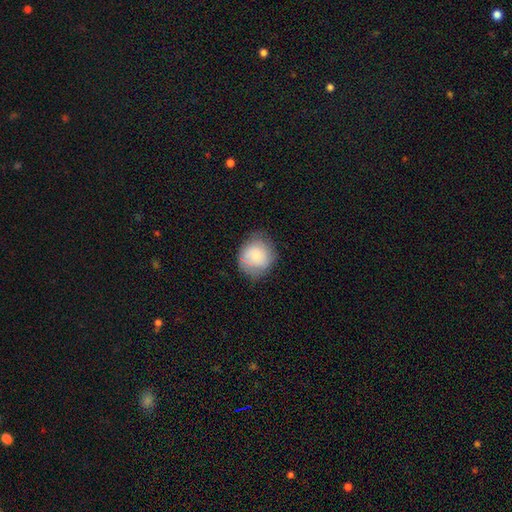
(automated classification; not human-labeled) A smooth galaxy with no disk features (76%) that is round (75%).

Vote fractions:
- Smooth or featured? smooth: 76% / featured or disk: 16% / star or artifact: 7%
- How rounded? round: 75% / in between: 25% / cigar-shaped: 1%
- Merging? none: 65% / minor disturbance: 26% / major disturbance: 8% / merger: 1%